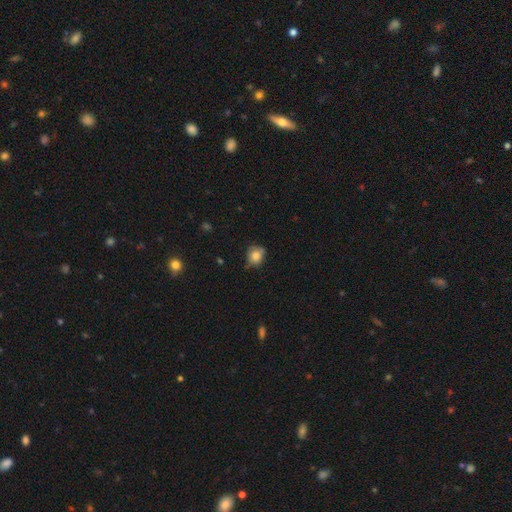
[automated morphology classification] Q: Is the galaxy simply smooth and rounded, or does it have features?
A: smooth — 76%.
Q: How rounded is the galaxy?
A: round — 75%.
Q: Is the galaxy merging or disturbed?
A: none — 60%.